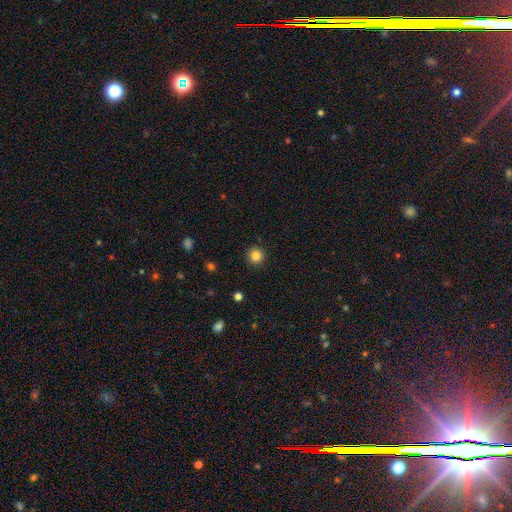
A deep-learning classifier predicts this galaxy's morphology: Smooth or featured: smooth — 84% (star or artifact — 11%)
How rounded: round — 96% (in between — 3%)
Merging: none — 93% (minor disturbance — 5%)